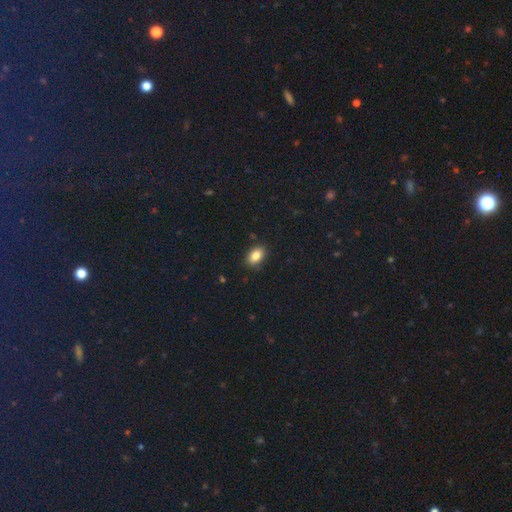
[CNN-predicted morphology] This is clearly a smooth galaxy (85%). How rounded: clearly in between (89%). Merging: clearly none (88%).